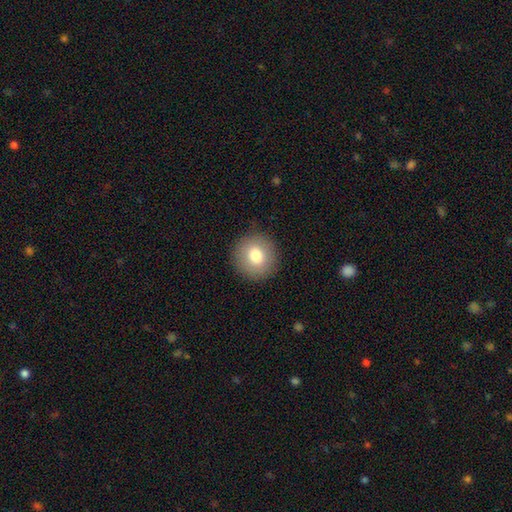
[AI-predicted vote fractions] Overall: smooth (78%). How rounded: round (92%). Merging: none (90%).